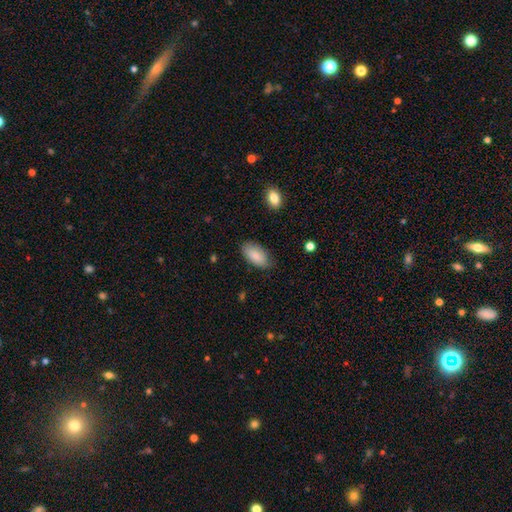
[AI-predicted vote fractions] Overall: smooth (86%). How rounded: in between (93%). Merging: none (79%).